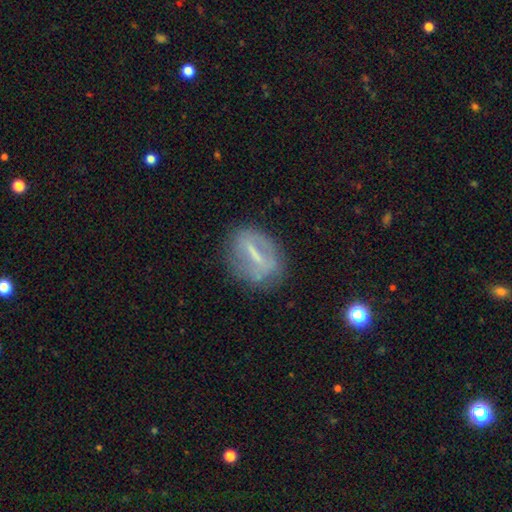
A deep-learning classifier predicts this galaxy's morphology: Smooth or featured? featured or disk (61%)
Edge-on disk? no (87%)
Bar? strong (66%)
Spiral arms? no (68%)
Bulge size? small (40%)
Merging? none (73%)